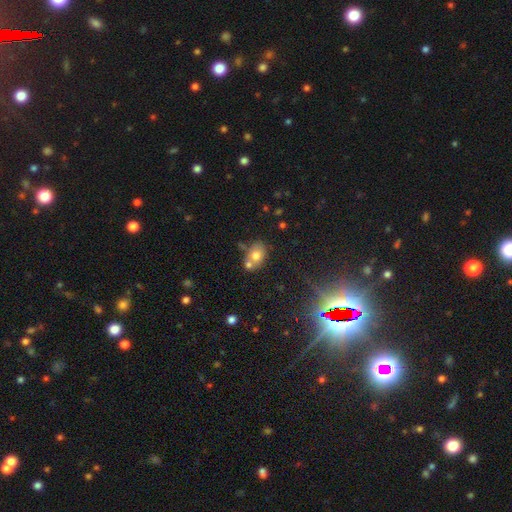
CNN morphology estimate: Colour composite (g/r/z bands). It shows a smooth galaxy with no disk features (71%) that is in between round and cigar-shaped (64%). Merging: none (53%).